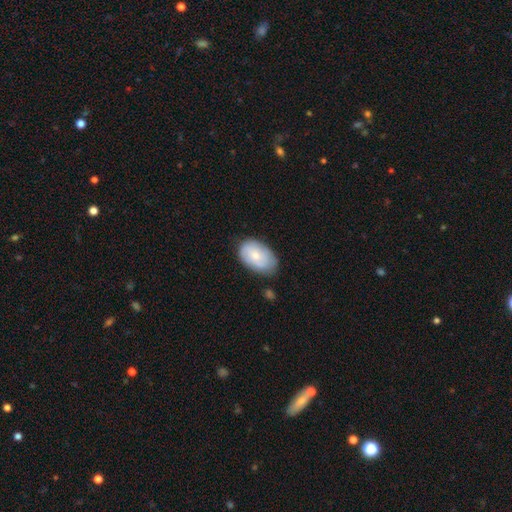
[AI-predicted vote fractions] A smooth galaxy with no disk features (61%) that is in between round and cigar-shaped (90%).

Vote fractions:
- Smooth or featured? smooth: 61% / featured or disk: 32% / star or artifact: 6%
- How rounded? in between: 90% / round: 8% / cigar-shaped: 1%
- Merging? none: 71% / minor disturbance: 22% / major disturbance: 5% / merger: 2%